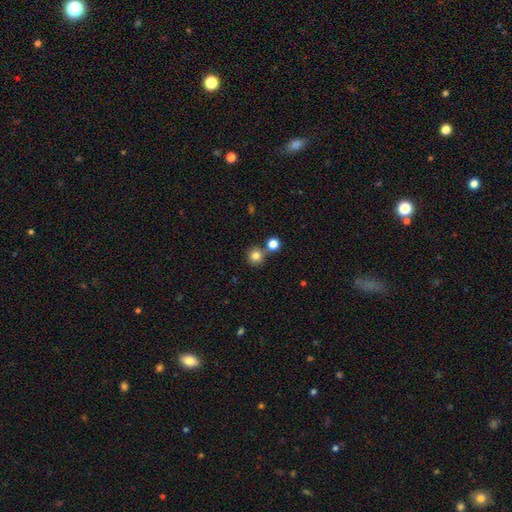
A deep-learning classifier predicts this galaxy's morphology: A smooth galaxy with no disk features (81%) that is round (93%). Merging: none (70%).